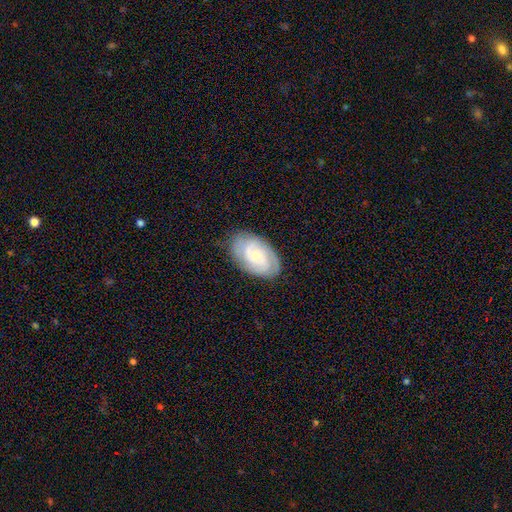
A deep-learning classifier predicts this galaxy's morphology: A featured or disk galaxy (72%) with no bar (65%), 2 (46%) tight (57%) spiral arms (93%) and a small central bulge (69%). Merging: none (79%).